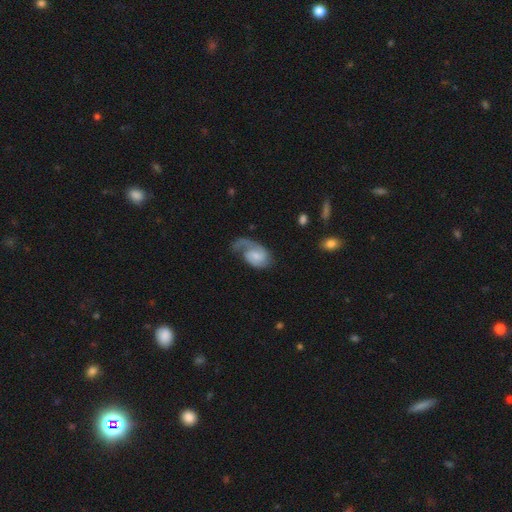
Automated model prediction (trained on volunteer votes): Overall: featured or disk (74%). Edge-on disk: no (97%). Bar: no (47%; weak 45%). Spiral arms: yes (94%). Spiral arm count: 1 (47%; 2 45%). Spiral winding: medium (43%; loose 31%). Bulge size: small (44%; moderate 31%). Merging: none (38%; major disturbance 34%).